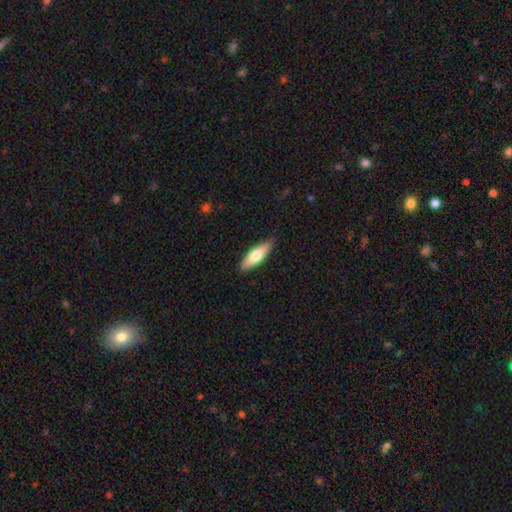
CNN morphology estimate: Q: Smooth or featured?
A: smooth (62%); runner-up: featured or disk (33%)
Q: How rounded?
A: in between (50%); runner-up: cigar-shaped (48%)
Q: Merging?
A: none (87%); runner-up: minor disturbance (10%)